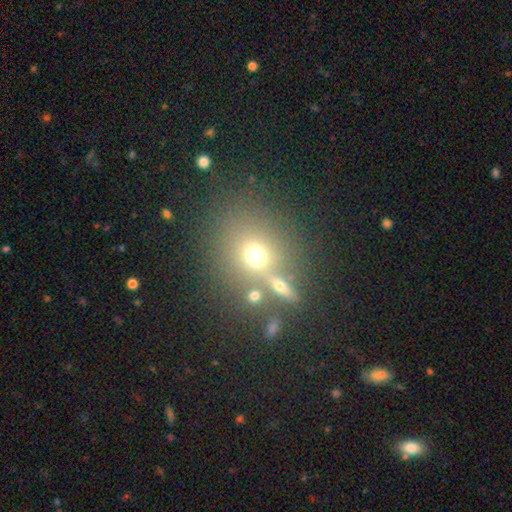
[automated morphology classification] Smooth or featured? Predicted: smooth (p=0.65). How rounded? Predicted: round (p=0.75). Merging? Predicted: none (p=0.58).